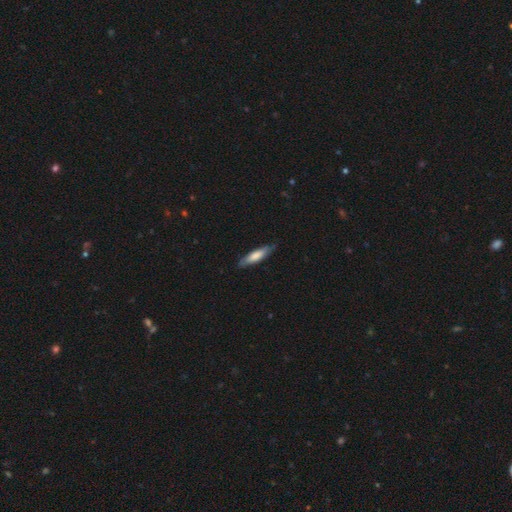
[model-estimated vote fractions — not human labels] Smooth or featured? smooth (67%)
How rounded? cigar-shaped (72%)
Merging? none (80%)